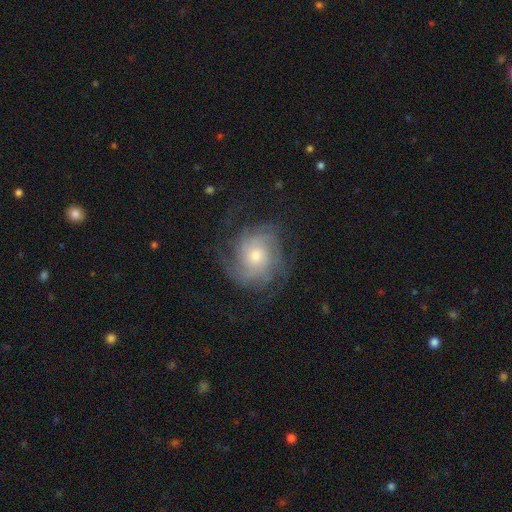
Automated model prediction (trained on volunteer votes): smooth_or_featured: featured or disk (p=0.80) [alt: smooth p=0.14]
disk_edge_on: no (p=0.98) [alt: yes p=0.02]
bar: no (p=0.77) [alt: weak p=0.20]
has_spiral_arms: yes (p=0.94) [alt: no p=0.06]
spiral_winding: tight (p=0.51) [alt: medium p=0.36]
spiral_arm_count: can't tell (p=0.31) [alt: 3 p=0.24]
bulge_size: moderate (p=0.49) [alt: small p=0.42]
merging: none (p=0.68) [alt: minor disturbance p=0.17]